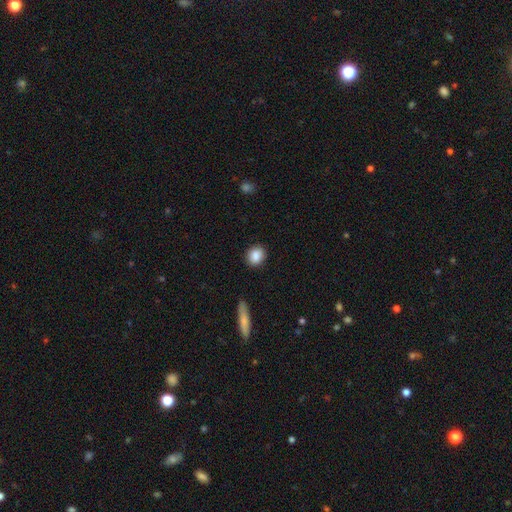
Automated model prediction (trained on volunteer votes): A smooth galaxy with no disk features (87%) that is round (71%). Merging: none (87%).